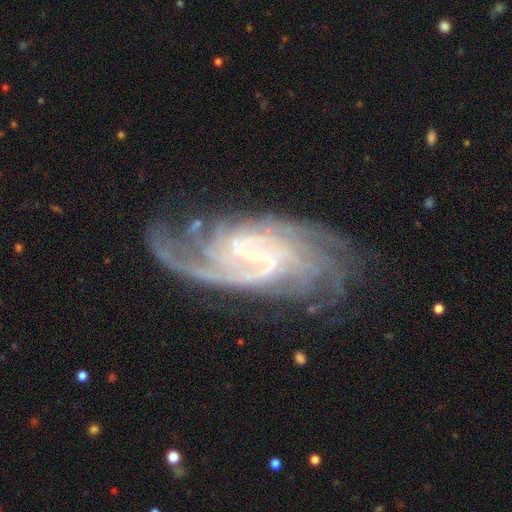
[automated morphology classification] smooth_or_featured: featured or disk (p=0.90) [alt: star or artifact p=0.06]
disk_edge_on: no (p=0.96) [alt: yes p=0.04]
bar: weak (p=0.46) [alt: strong p=0.35]
has_spiral_arms: yes (p=0.98) [alt: no p=0.02]
spiral_winding: tight (p=0.48) [alt: medium p=0.40]
spiral_arm_count: can't tell (p=0.24) [alt: 2 p=0.23]
bulge_size: small (p=0.62) [alt: none p=0.22]
merging: none (p=0.68) [alt: minor disturbance p=0.18]